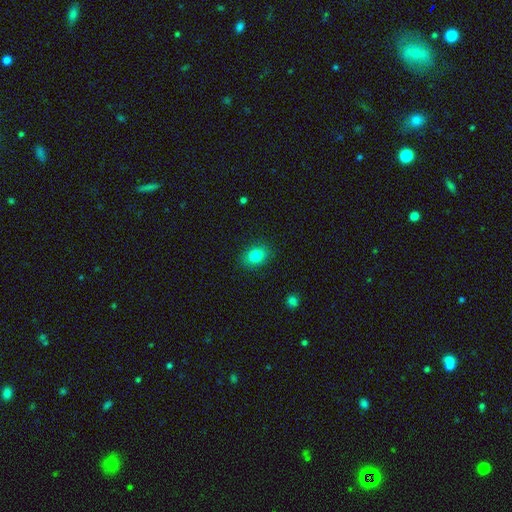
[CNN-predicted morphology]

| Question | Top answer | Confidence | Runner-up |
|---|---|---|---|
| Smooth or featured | smooth | 83% | star or artifact (10%) |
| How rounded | in between | 66% | round (33%) |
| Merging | none | 88% | minor disturbance (9%) |